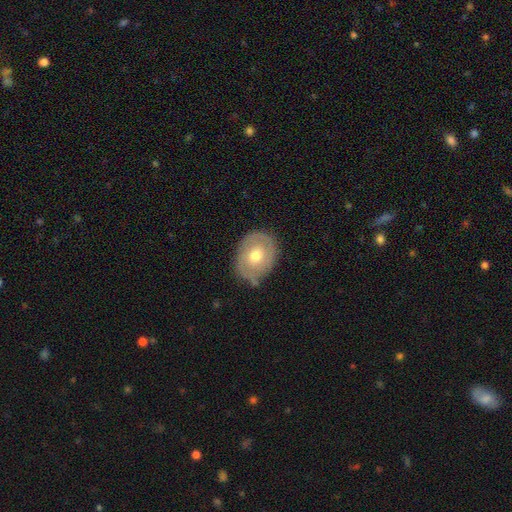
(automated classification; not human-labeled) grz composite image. It shows a featured or disk galaxy (53%) with no bar (81%), no spiral arms (52%) and a moderate central bulge (76%). Merging: none (75%).